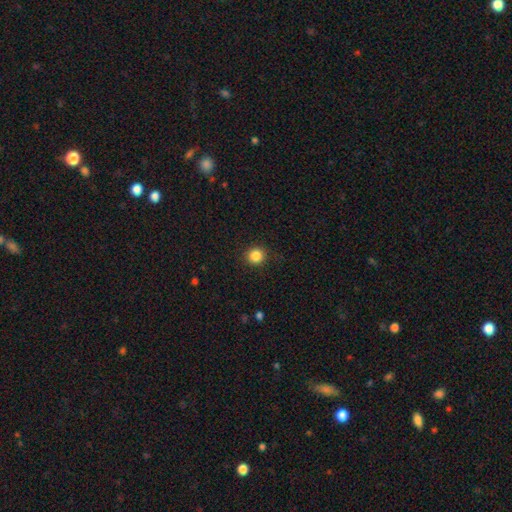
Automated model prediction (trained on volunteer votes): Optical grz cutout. It shows a smooth galaxy with no disk features (85%) that is round (92%). Merging: none (90%).